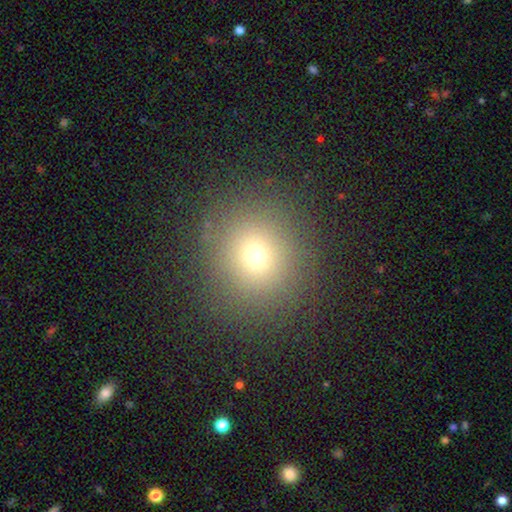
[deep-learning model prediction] smooth_or_featured: smooth (p=0.70) [alt: star or artifact p=0.21]
how_rounded: round (p=0.89) [alt: in between p=0.10]
merging: none (p=0.89) [alt: minor disturbance p=0.07]